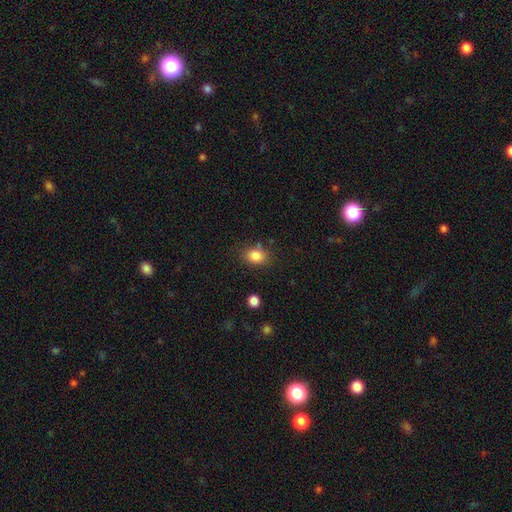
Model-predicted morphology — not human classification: This is clearly a smooth galaxy (84%). How rounded: likely in between (64%). Merging: likely none (78%).